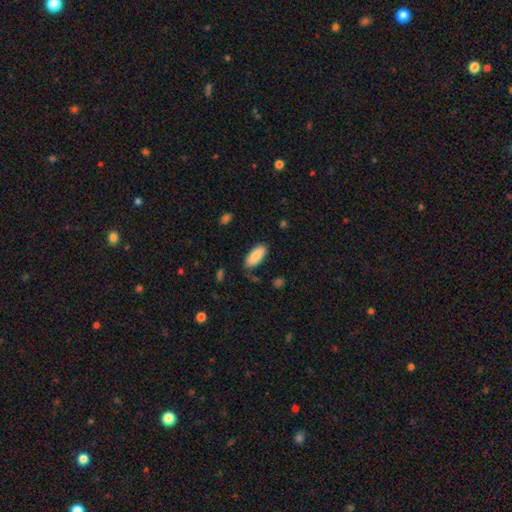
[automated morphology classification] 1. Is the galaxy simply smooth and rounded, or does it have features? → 87% smooth, 7% featured or disk, 6% star or artifact.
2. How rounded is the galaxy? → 84% in between, 15% cigar-shaped, 2% round.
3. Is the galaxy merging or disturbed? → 79% none, 15% minor disturbance, 3% major disturbance, 2% merger.